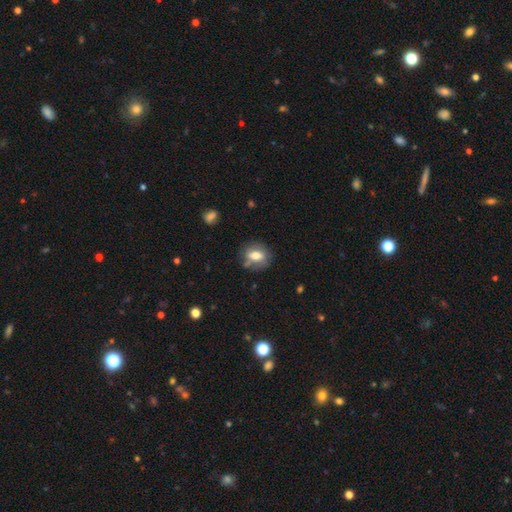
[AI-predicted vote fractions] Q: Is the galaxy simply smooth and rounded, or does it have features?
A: smooth — 68%.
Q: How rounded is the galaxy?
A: in between — 58%.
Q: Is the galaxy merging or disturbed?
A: none — 66%.